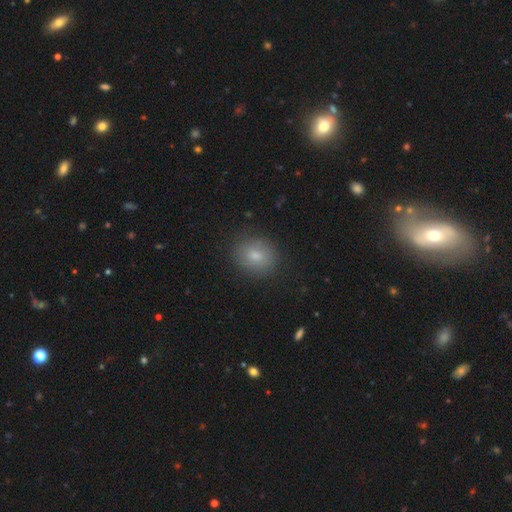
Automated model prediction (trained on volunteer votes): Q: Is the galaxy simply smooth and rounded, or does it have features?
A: smooth — 80%.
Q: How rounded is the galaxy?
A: round — 68%.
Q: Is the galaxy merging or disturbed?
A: none — 85%.